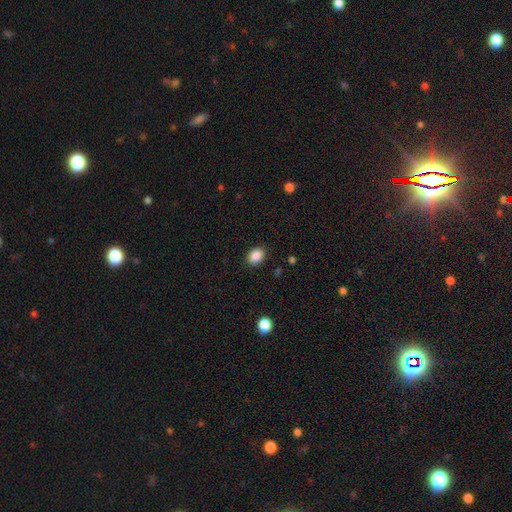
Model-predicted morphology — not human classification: Overall: smooth (88%). How rounded: in between (66%; round 33%). Merging: none (89%).